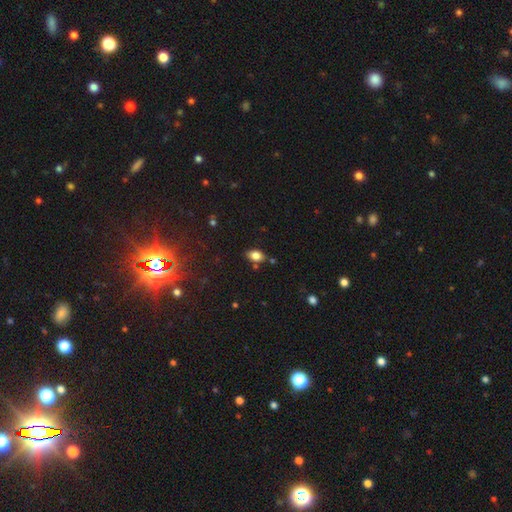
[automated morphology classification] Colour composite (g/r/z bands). It shows a smooth galaxy with no disk features (82%) that is in between round and cigar-shaped (86%). Merging: none (78%).